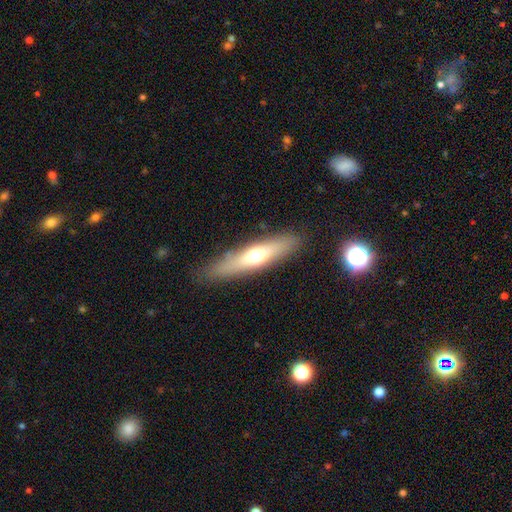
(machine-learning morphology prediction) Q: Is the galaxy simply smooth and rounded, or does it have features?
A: smooth — 53%.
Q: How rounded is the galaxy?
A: cigar-shaped — 72%.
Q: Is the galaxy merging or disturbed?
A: none — 85%.